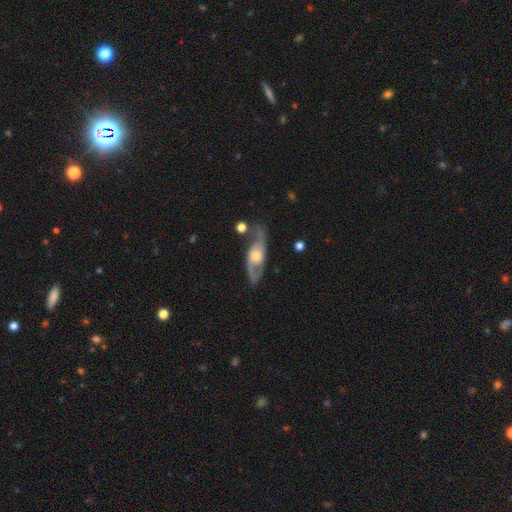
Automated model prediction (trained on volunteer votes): Smooth or featured? featured or disk (80%)
Edge-on disk? no (84%)
Bar? no (66%)
Spiral arms? yes (88%)
Spiral winding? medium (44%)
Spiral arm count? 2 (87%)
Bulge size? moderate (65%)
Merging? none (71%)